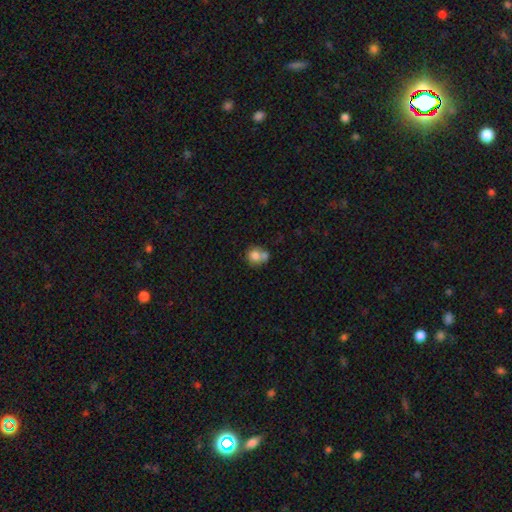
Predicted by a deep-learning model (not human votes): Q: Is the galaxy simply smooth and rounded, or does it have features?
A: smooth — 76%.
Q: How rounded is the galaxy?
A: round — 80%.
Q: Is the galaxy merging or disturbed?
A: merger — 47%.